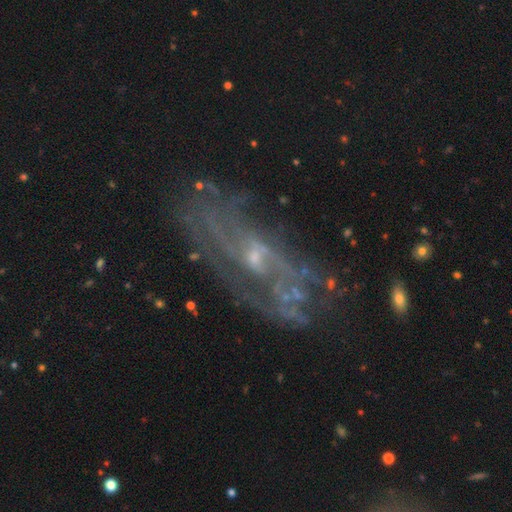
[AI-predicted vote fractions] Smooth or featured? featured or disk (83%)
Edge-on disk? no (91%)
Bar? no (50%)
Spiral arms? yes (82%)
Spiral winding? medium (40%)
Spiral arm count? can't tell (38%)
Bulge size? small (68%)
Merging? none (60%)